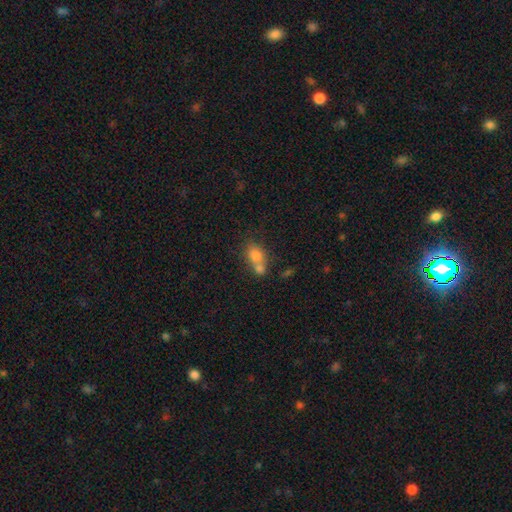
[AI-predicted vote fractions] Smooth or featured? Predicted: smooth (p=0.78). How rounded? Predicted: in between (p=0.63). Merging? Predicted: merger (p=0.53).